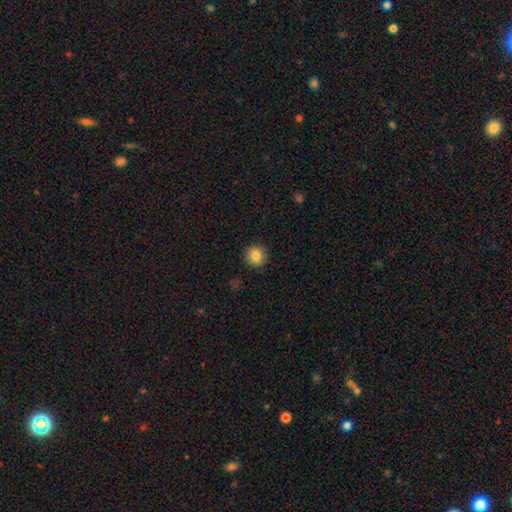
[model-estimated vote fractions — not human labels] A smooth galaxy with no disk features (84%) that is round (90%).

Vote fractions:
- Smooth or featured? smooth: 84% / star or artifact: 9% / featured or disk: 7%
- How rounded? round: 90% / in between: 9% / cigar-shaped: 1%
- Merging? none: 91% / minor disturbance: 6% / major disturbance: 2% / merger: 1%